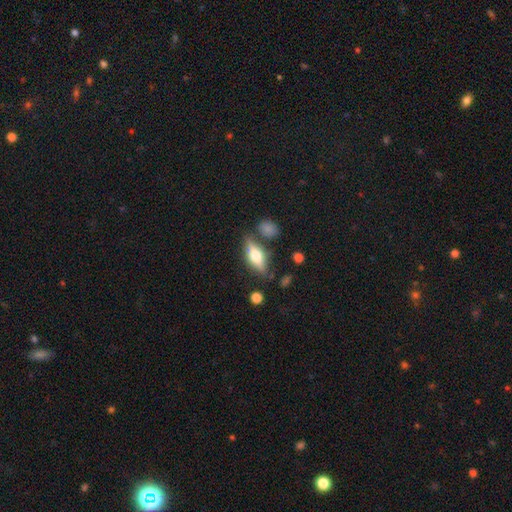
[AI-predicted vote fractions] This appears to be a featured or disk galaxy (48%). Merging: none (73%).